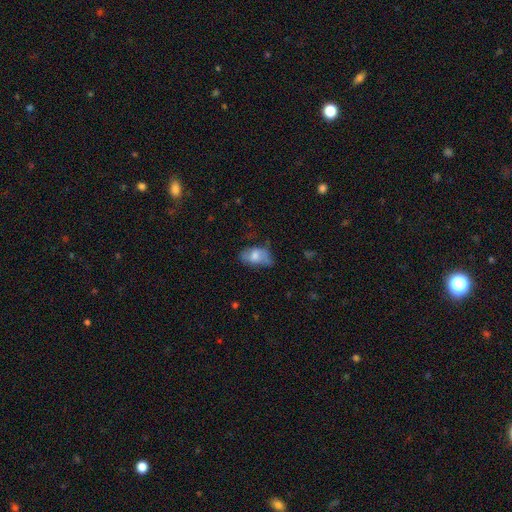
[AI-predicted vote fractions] Smooth or featured? Predicted: smooth (p=0.66). How rounded? Predicted: in between (p=0.89). Merging? Predicted: none (p=0.43).